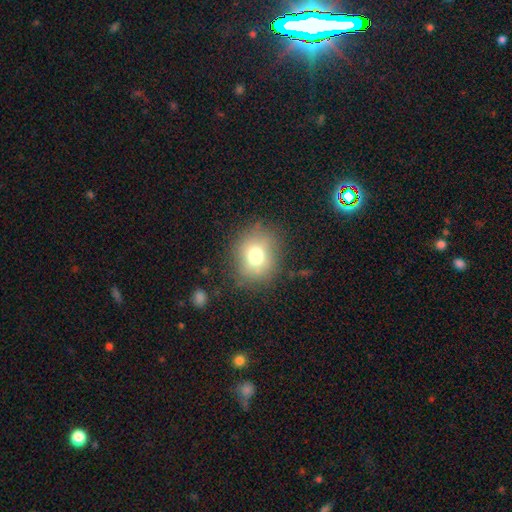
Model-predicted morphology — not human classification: type=smooth (72%); roundness=round (69%); merging=none (77%).